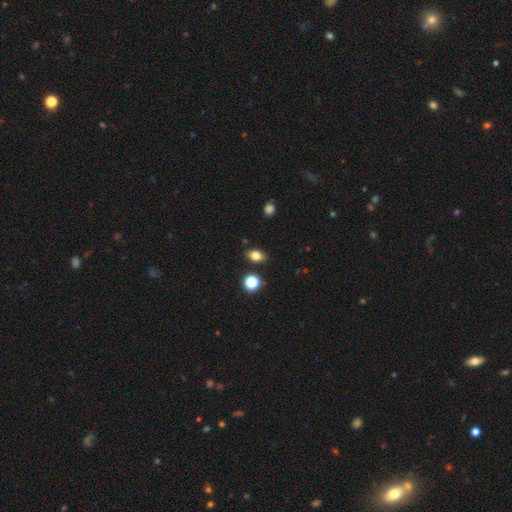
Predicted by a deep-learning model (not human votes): The model was most divided on "how rounded": in between: 76%, round: 21%, cigar-shaped: 3%. More confident: merging — none (85%); smooth or featured — smooth (78%).